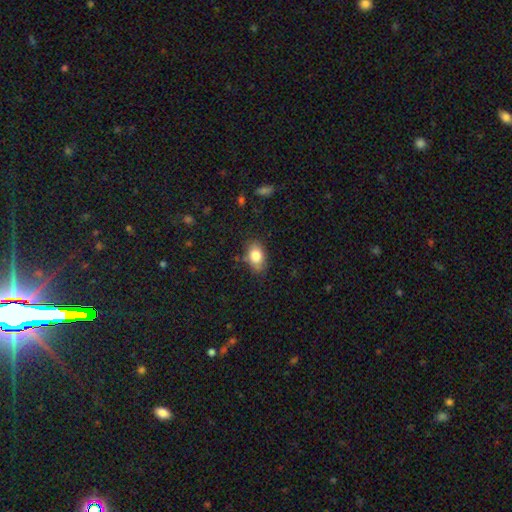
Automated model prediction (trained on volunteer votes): smooth 82%, featured or disk 10%, star or artifact 8%. Down the decision tree: how rounded — in between (85%); merging — none (79%).